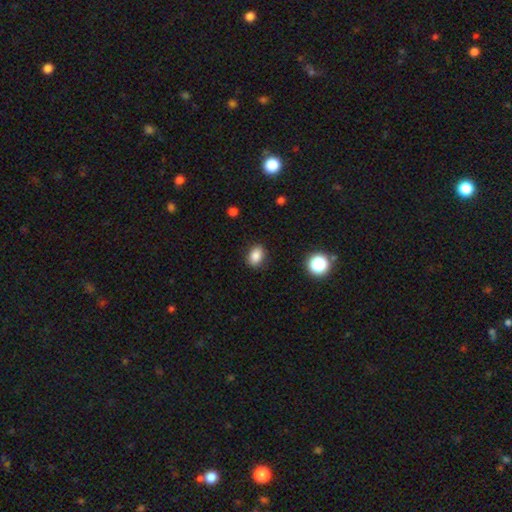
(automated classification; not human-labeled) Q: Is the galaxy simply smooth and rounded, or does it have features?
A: smooth — 85%.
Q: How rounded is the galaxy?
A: in between — 76%.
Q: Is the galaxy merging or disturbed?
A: none — 86%.